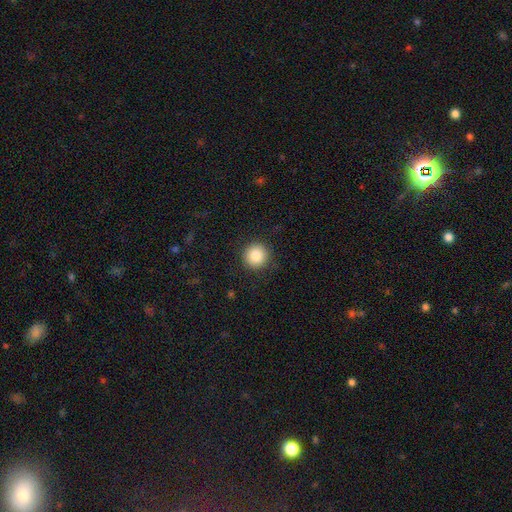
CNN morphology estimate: smooth_or_featured: smooth (p=0.86) [alt: star or artifact p=0.09]
how_rounded: round (p=0.95) [alt: in between p=0.04]
merging: none (p=0.90) [alt: minor disturbance p=0.06]